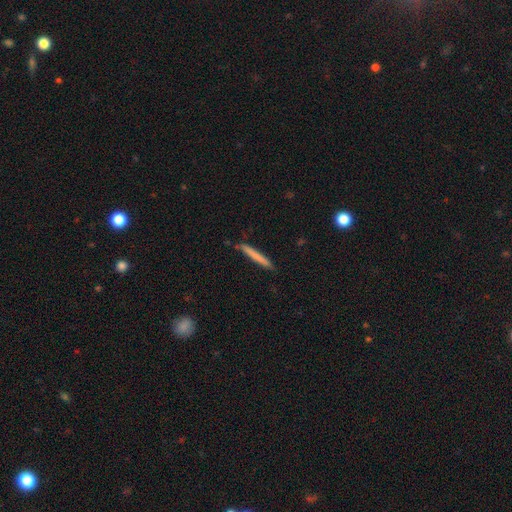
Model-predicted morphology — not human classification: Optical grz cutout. It shows a smooth galaxy with no disk features (72%) that is cigar-shaped (97%). Merging: none (86%).